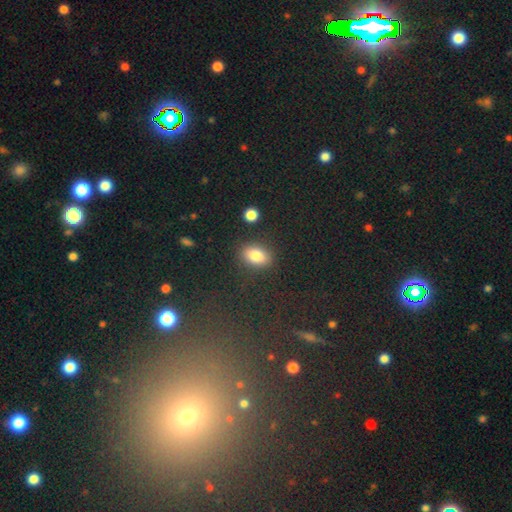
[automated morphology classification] A smooth galaxy with no disk features (83%) that is in between round and cigar-shaped (81%).

Vote fractions:
- Smooth or featured? smooth: 83% / star or artifact: 10% / featured or disk: 8%
- How rounded? in between: 81% / round: 16% / cigar-shaped: 2%
- Merging? none: 83% / minor disturbance: 10% / major disturbance: 3% / merger: 3%